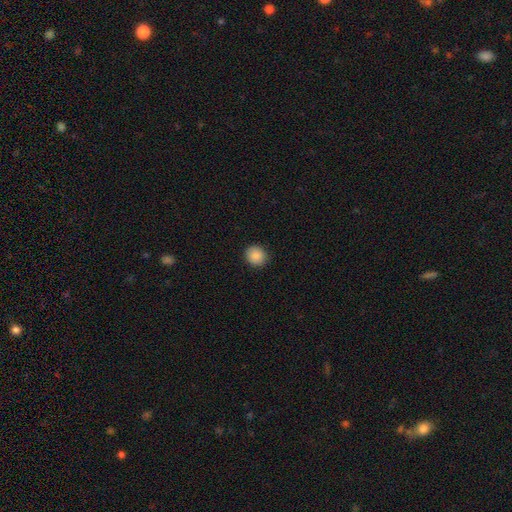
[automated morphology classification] Smooth or featured? Predicted: smooth (p=0.88). How rounded? Predicted: round (p=0.85). Merging? Predicted: none (p=0.90).